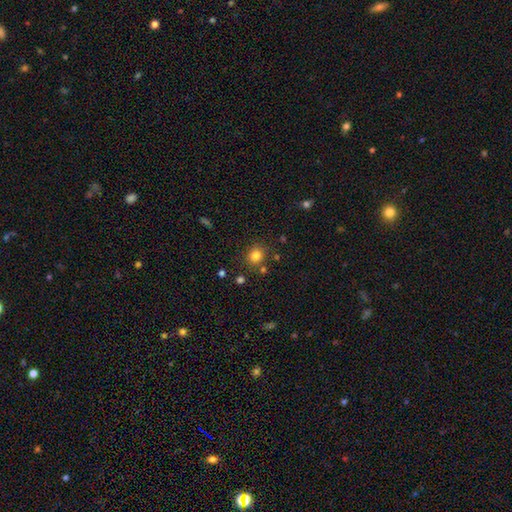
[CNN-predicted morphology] Smooth or featured? Predicted: smooth (p=0.80). How rounded? Predicted: round (p=0.80). Merging? Predicted: none (p=0.82).